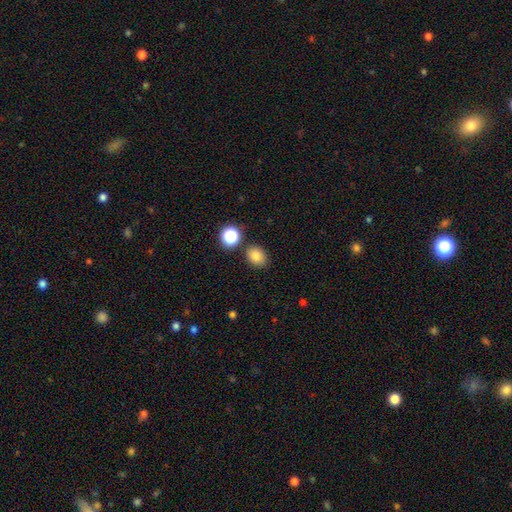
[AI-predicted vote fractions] Smooth or featured? smooth (81%)
How rounded? in between (54%)
Merging? none (79%)